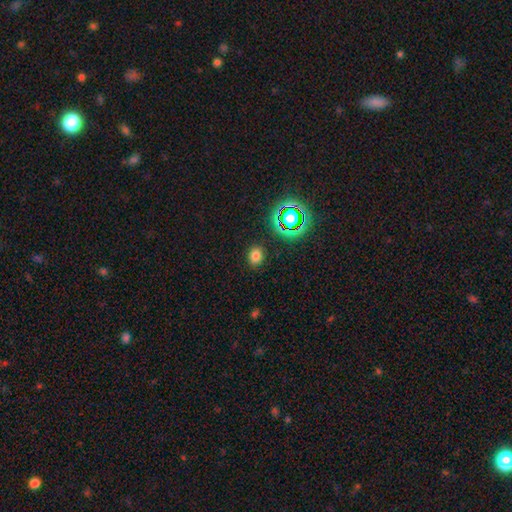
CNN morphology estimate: Smooth or featured? Predicted: smooth (p=0.74). How rounded? Predicted: in between (p=0.52). Merging? Predicted: none (p=0.87).